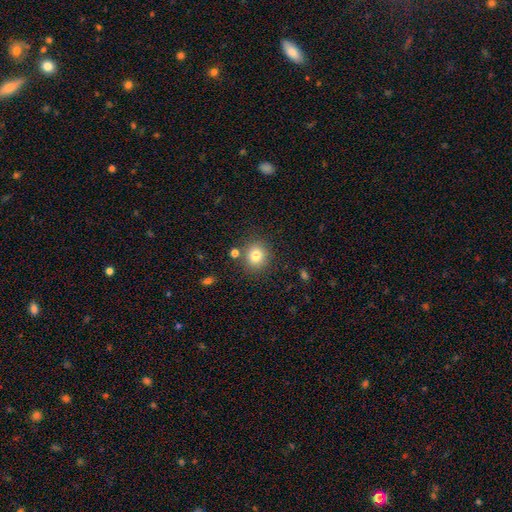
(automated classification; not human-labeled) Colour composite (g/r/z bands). It shows a smooth galaxy with no disk features (81%) that is round (84%). Merging: none (82%).